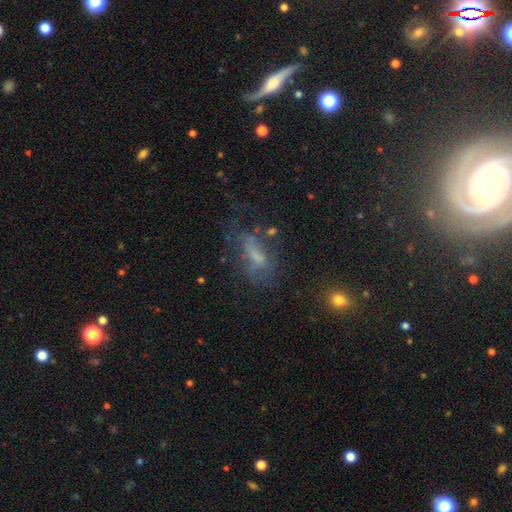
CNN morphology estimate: Overall: smooth (41%; featured or disk 40%). Merging: none (41%; major disturbance 30%).